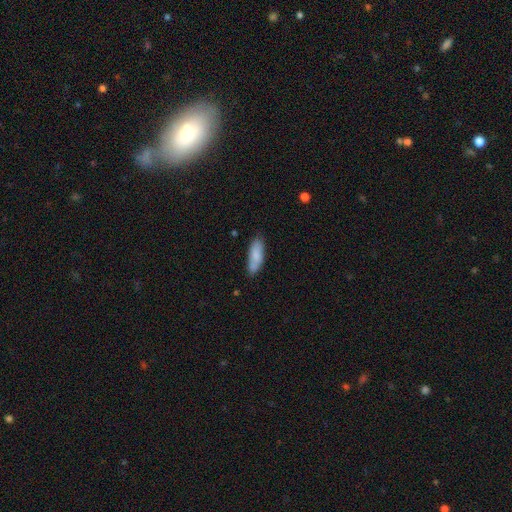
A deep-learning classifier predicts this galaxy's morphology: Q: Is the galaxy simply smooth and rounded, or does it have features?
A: smooth — 82%.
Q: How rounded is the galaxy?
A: in between — 62%.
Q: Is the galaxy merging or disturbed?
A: none — 73%.